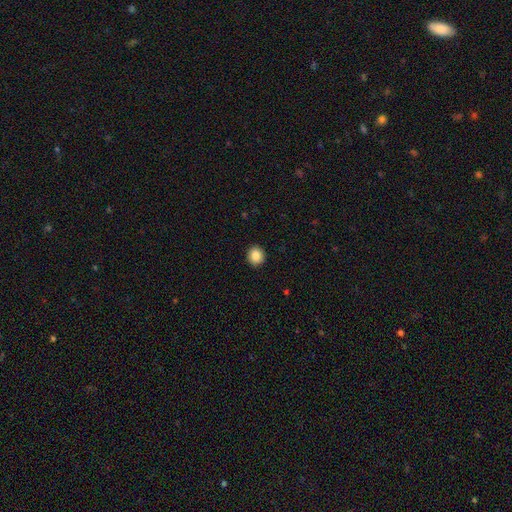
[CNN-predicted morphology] Smooth or featured: smooth — 86% (star or artifact — 9%)
How rounded: round — 91% (in between — 8%)
Merging: none — 93% (minor disturbance — 5%)